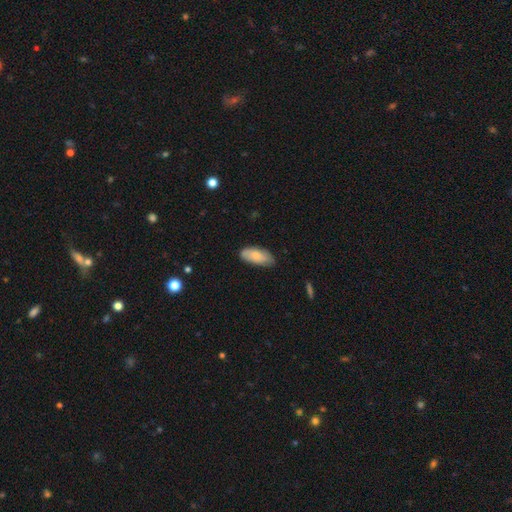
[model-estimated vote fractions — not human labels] This is likely a smooth galaxy (76%). How rounded: clearly in between (86%). Merging: likely none (77%).